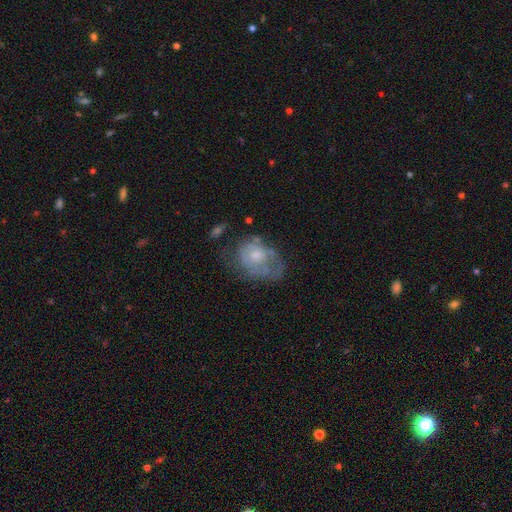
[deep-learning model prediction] A featured or disk galaxy (56%) with no bar (81%), no spiral arms (53%) and a small central bulge (46%).

Vote fractions:
- Smooth or featured? featured or disk: 56% / smooth: 36% / star or artifact: 8%
- Edge-on disk? no: 97% / yes: 3%
- Bar? no: 81% / weak: 17% / strong: 2%
- Spiral arms? no: 53% / yes: 47%
- Bulge size? small: 46% / moderate: 40% / none: 9% / large: 4% / dominant: 1%
- Merging? none: 36% / major disturbance: 32% / minor disturbance: 28% / merger: 5%